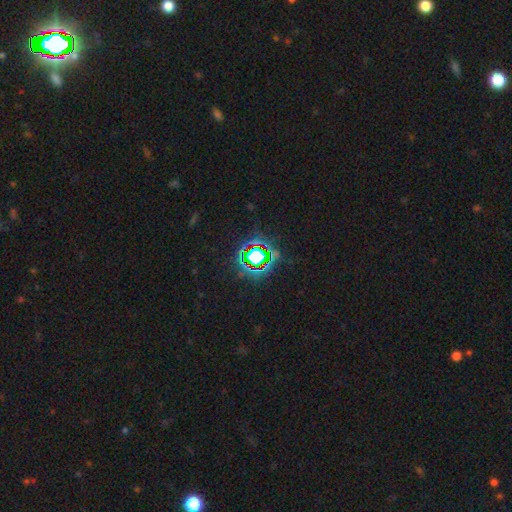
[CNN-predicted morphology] Overall: star or artifact (75%).